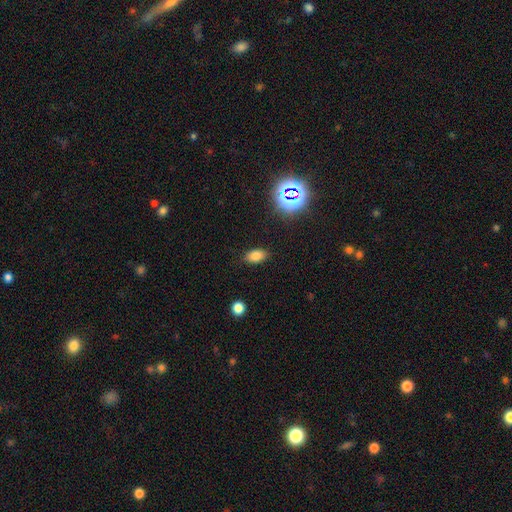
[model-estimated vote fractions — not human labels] smooth 78%, star or artifact 15%, featured or disk 7%. Down the decision tree: how rounded — in between (90%); merging — none (85%).